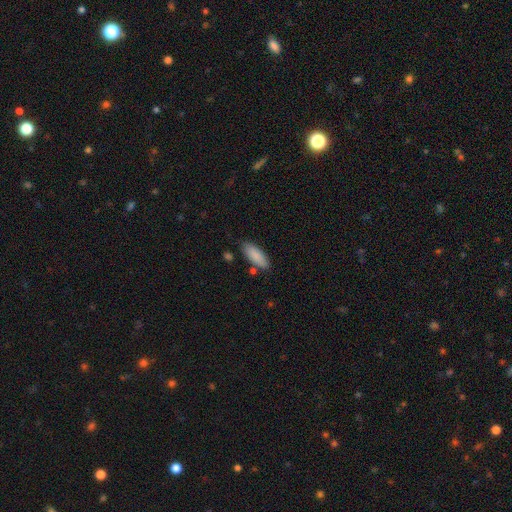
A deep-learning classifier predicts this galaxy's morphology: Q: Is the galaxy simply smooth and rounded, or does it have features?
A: smooth — 88%.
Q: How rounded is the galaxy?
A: in between — 70%.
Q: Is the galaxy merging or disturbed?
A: none — 79%.